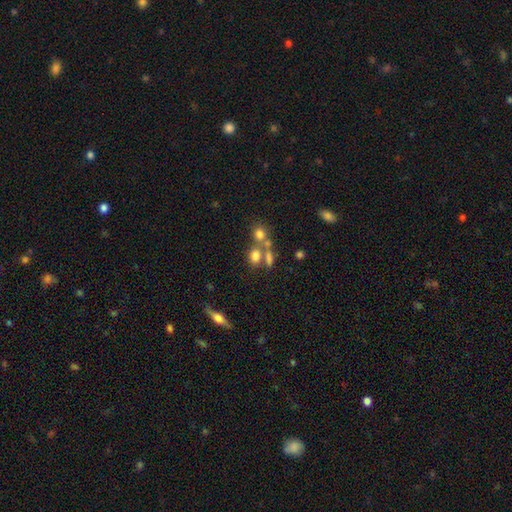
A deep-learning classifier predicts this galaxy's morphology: Q: Smooth or featured?
A: smooth (71%); runner-up: star or artifact (15%)
Q: How rounded?
A: in between (52%); runner-up: round (45%)
Q: Merging?
A: none (45%); runner-up: merger (38%)